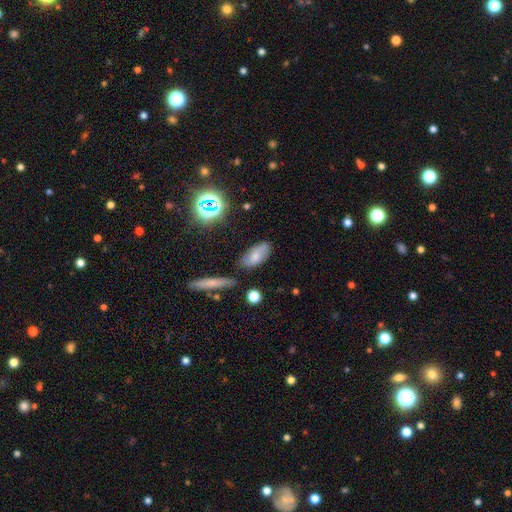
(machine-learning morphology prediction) This appears to be a smooth galaxy with no disk features (66%) that is in between round and cigar-shaped (86%). Merging: none (67%).